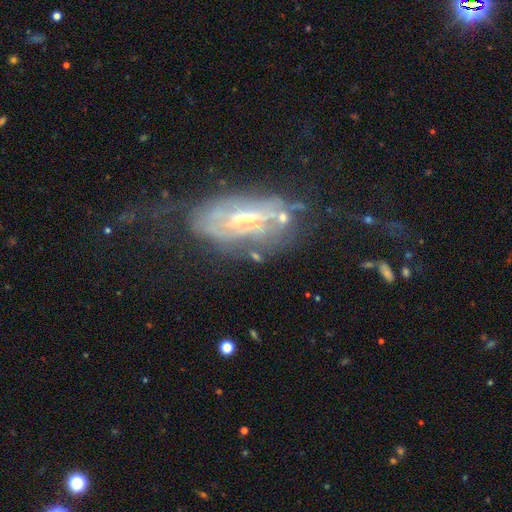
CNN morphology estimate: Smooth or featured? Predicted: featured or disk (p=0.69). Edge-on disk? Predicted: no (p=0.81). Bar? Predicted: no (p=0.38, tied with weak). Spiral arms? Predicted: no (p=0.50, tied with yes). Bulge size? Predicted: moderate (p=0.44). Merging? Predicted: none (p=0.50).